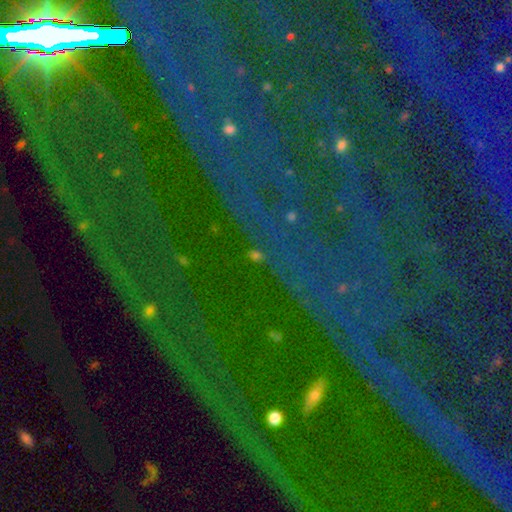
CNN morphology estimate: Smooth or featured?
  - star or artifact: 79% *
  - featured or disk: 11%
  - smooth: 10%